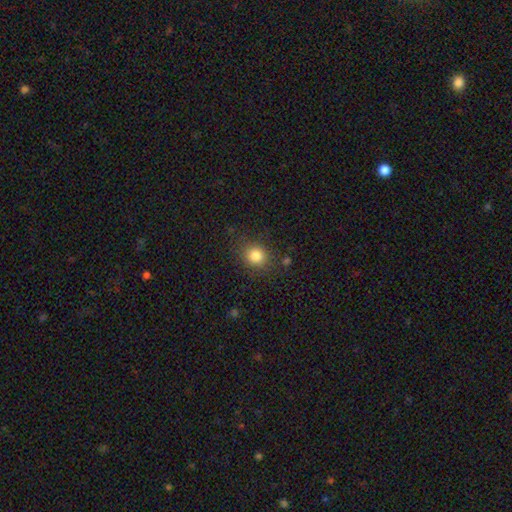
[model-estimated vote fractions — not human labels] smooth-or-featured: smooth: 82% | star or artifact: 12% | featured or disk: 6%
  how-rounded: round: 83% | in between: 16% | cigar-shaped: 1%
  merging: none: 84% | minor disturbance: 10% | major disturbance: 4% | merger: 2%